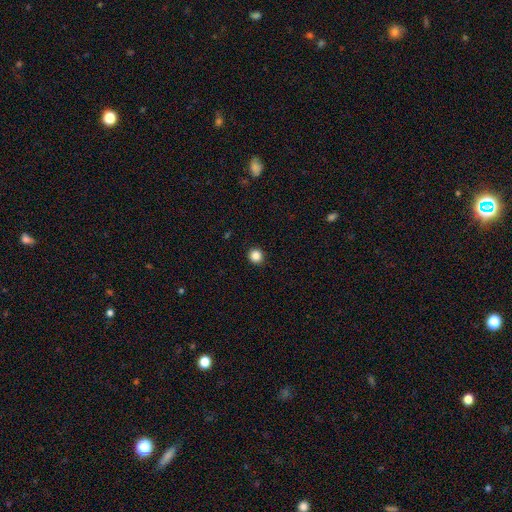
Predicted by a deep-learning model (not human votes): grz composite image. It shows a smooth galaxy with no disk features (86%) that is round (94%). Merging: none (93%).